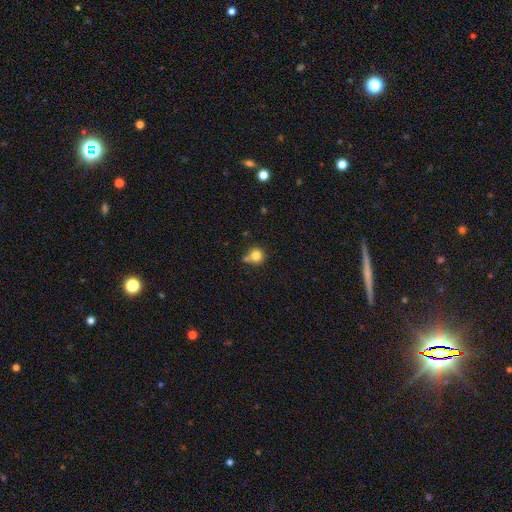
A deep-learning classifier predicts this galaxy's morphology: Smooth or featured? smooth (82%)
How rounded? round (91%)
Merging? none (58%)